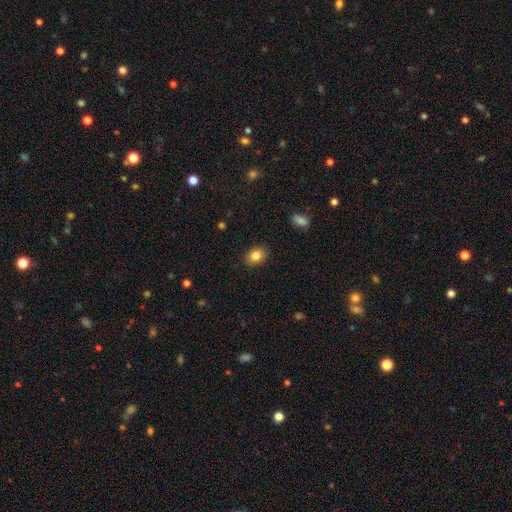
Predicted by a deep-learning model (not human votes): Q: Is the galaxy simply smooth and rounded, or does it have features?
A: smooth — 85%.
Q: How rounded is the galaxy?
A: in between — 64%.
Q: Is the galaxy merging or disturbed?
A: none — 88%.